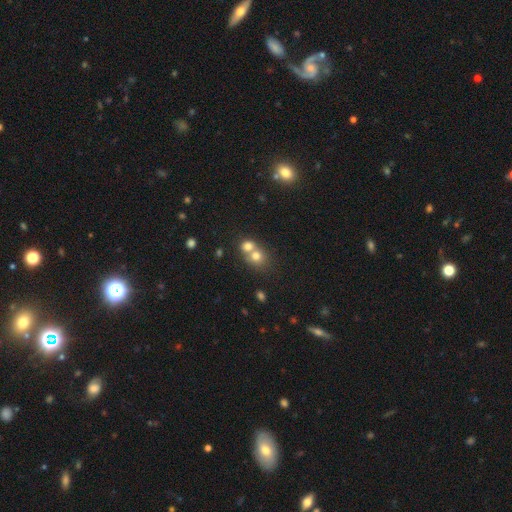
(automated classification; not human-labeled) A smooth galaxy with no disk features (73%) that is round (72%).

Vote fractions:
- Smooth or featured? smooth: 73% / featured or disk: 15% / star or artifact: 12%
- How rounded? round: 72% / in between: 27% / cigar-shaped: 1%
- Merging? merger: 63% / none: 30% / minor disturbance: 5% / major disturbance: 2%